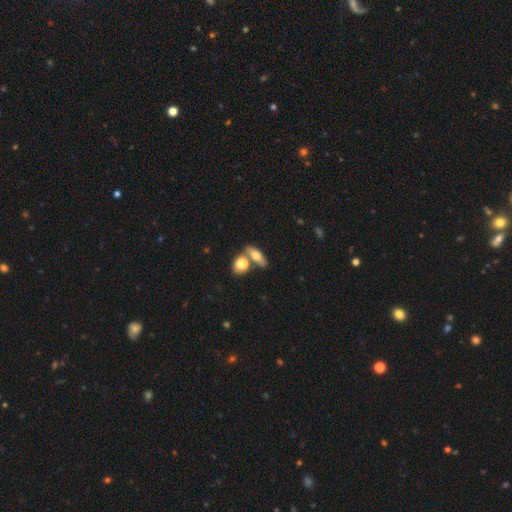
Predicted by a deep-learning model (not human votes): This is likely a smooth galaxy (67%). How rounded: likely in between (71%). Merging: possibly merger (45%).